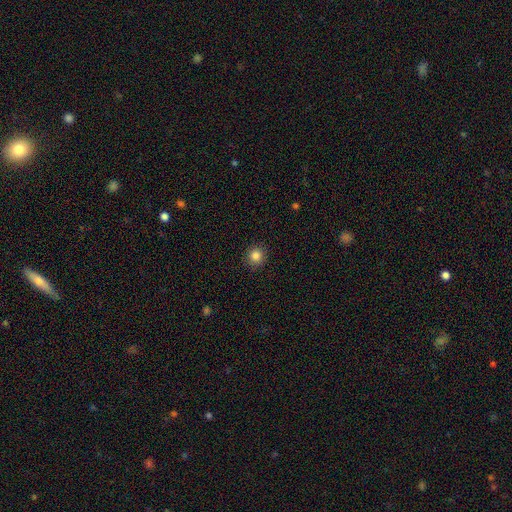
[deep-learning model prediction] smooth_or_featured: smooth (p=0.84) [alt: star or artifact p=0.11]
how_rounded: round (p=0.92) [alt: in between p=0.07]
merging: none (p=0.90) [alt: minor disturbance p=0.07]